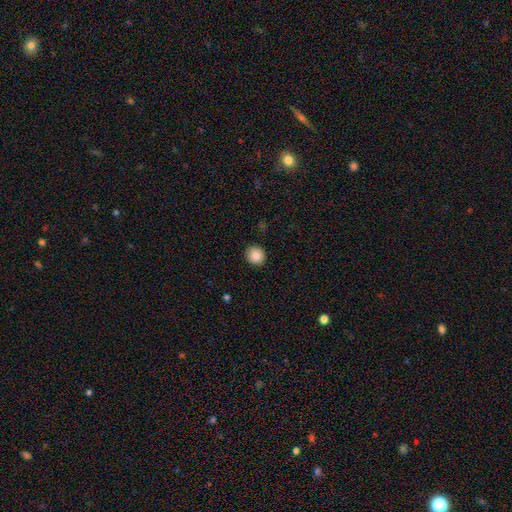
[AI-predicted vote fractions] This is clearly a smooth galaxy (86%). How rounded: clearly round (86%). Merging: clearly none (90%).